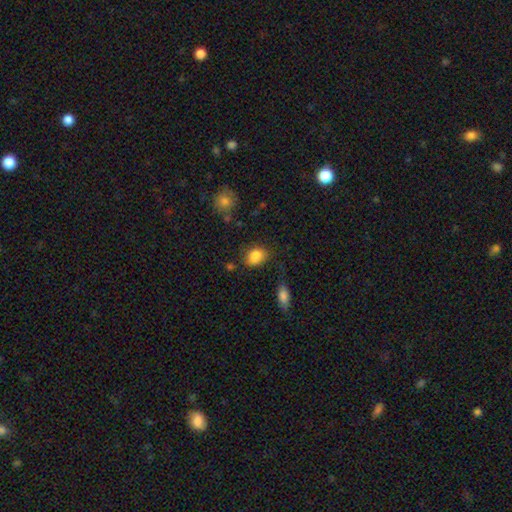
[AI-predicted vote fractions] smooth 85%, star or artifact 9%, featured or disk 6%. Down the decision tree: how rounded — in between (66%); merging — none (64%).